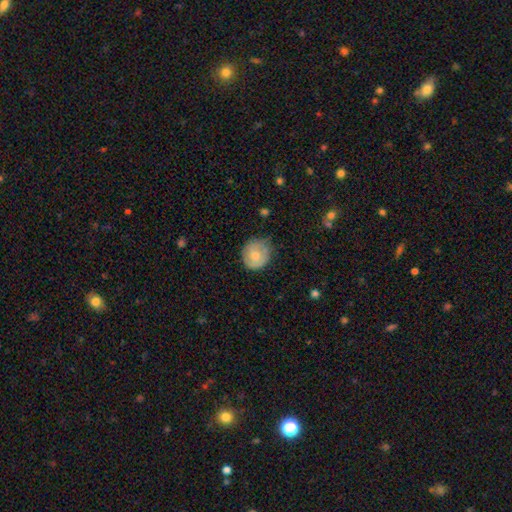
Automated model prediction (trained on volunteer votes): Overall: smooth (67%). How rounded: round (86%). Merging: none (64%; minor disturbance 28%).